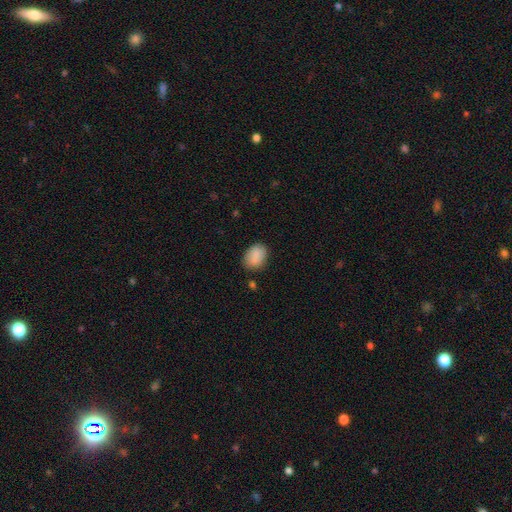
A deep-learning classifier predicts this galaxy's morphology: Q: Smooth or featured?
A: smooth (87%); runner-up: star or artifact (7%)
Q: How rounded?
A: in between (76%); runner-up: round (23%)
Q: Merging?
A: none (78%); runner-up: minor disturbance (16%)